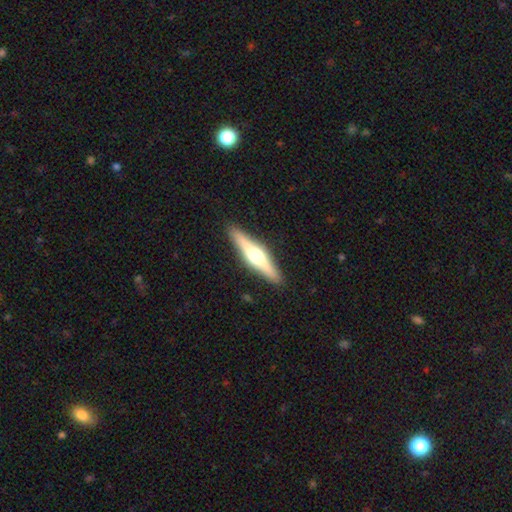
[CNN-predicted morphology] This appears to be a featured or disk galaxy (62%) viewed edge-on (96%) with a rounded central bulge (94%). Merging: none (90%).